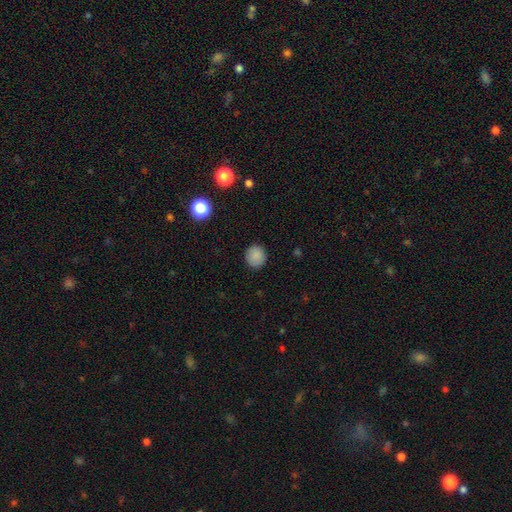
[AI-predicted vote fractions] Smooth or featured: smooth — 86% (star or artifact — 10%)
How rounded: round — 87% (in between — 12%)
Merging: none — 88% (minor disturbance — 9%)